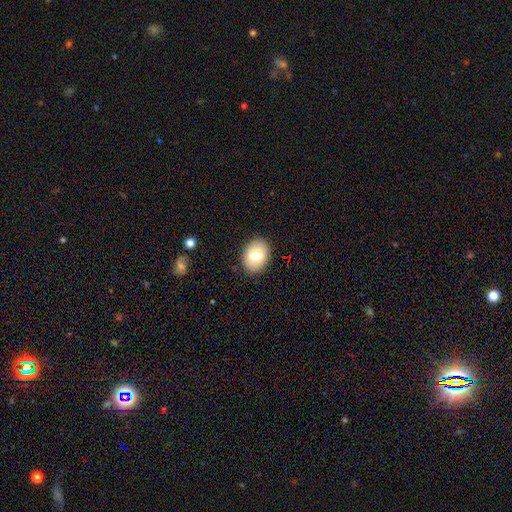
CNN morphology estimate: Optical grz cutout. It shows a smooth galaxy with no disk features (71%) that is in between round and cigar-shaped (60%). Merging: none (87%).